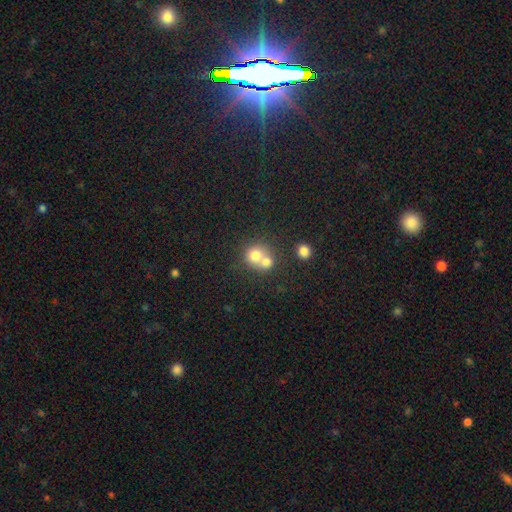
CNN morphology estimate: Overall: smooth (73%). How rounded: round (82%). Merging: merger (61%; none 31%).